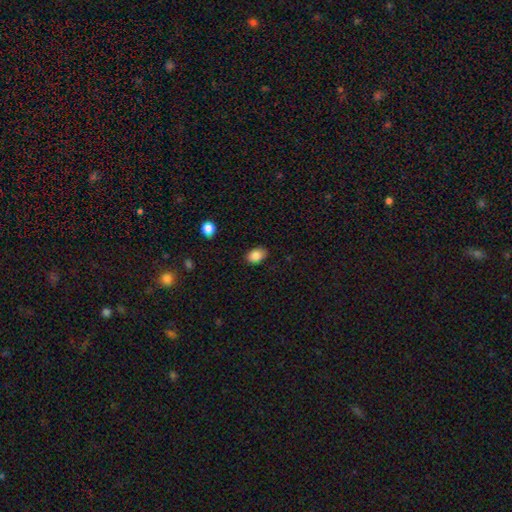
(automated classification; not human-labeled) The model was most divided on "how rounded": in between: 80%, round: 19%, cigar-shaped: 1%. More confident: smooth or featured — smooth (86%); merging — none (85%).